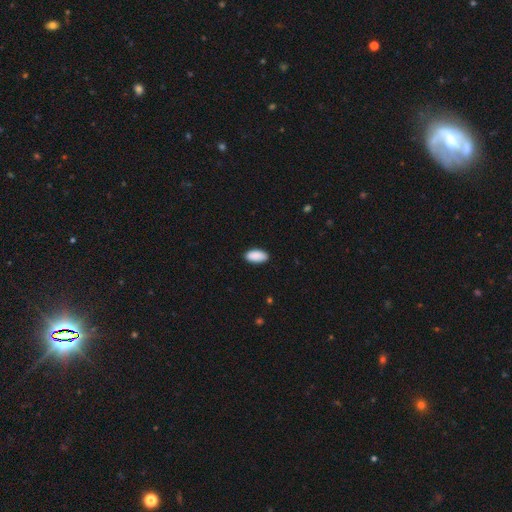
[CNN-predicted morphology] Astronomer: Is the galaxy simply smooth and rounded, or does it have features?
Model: smooth — 91%.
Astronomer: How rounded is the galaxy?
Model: in between — 94%.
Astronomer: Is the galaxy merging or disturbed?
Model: none — 88%.